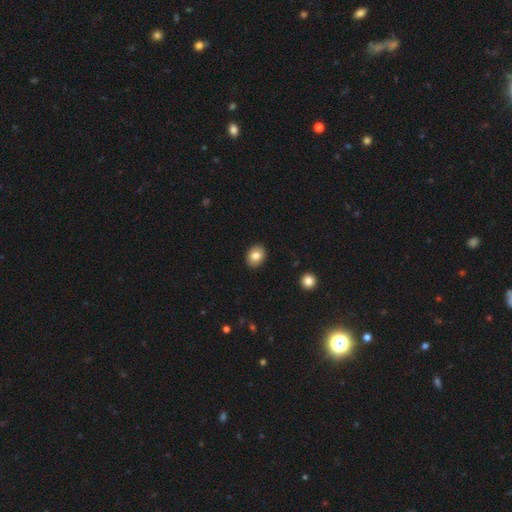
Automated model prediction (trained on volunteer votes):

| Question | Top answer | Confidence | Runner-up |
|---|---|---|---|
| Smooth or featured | smooth | 82% | featured or disk (10%) |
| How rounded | in between | 59% | round (40%) |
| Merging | none | 91% | minor disturbance (6%) |